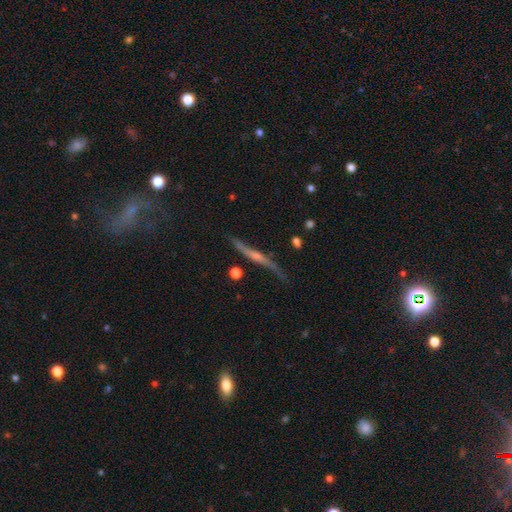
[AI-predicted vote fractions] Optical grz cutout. It shows a featured or disk galaxy (76%) viewed edge-on (89%) with a rounded central bulge (60%). Merging: none (73%).